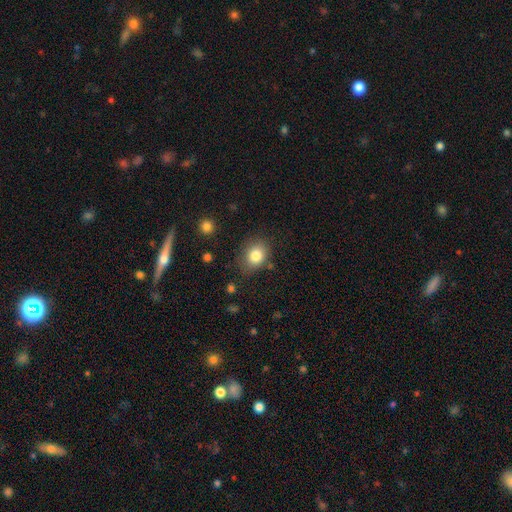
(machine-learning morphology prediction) smooth-or-featured: smooth: 81% | star or artifact: 10% | featured or disk: 9%
  how-rounded: round: 55% | in between: 44% | cigar-shaped: 1%
  merging: none: 77% | minor disturbance: 16% | major disturbance: 5% | merger: 3%